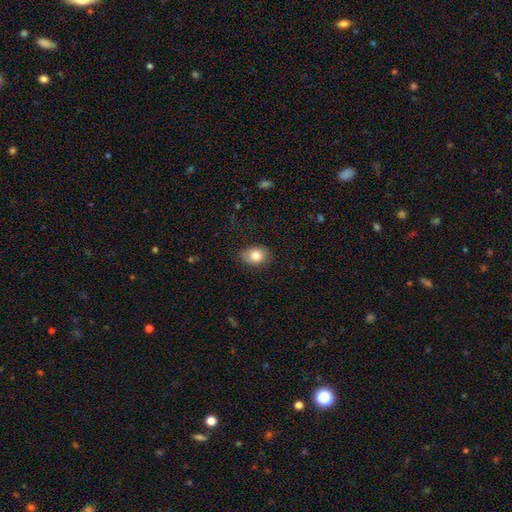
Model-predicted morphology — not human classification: Smooth or featured: smooth — 80% (featured or disk — 12%)
How rounded: in between — 69% (round — 30%)
Merging: none — 82% (minor disturbance — 14%)